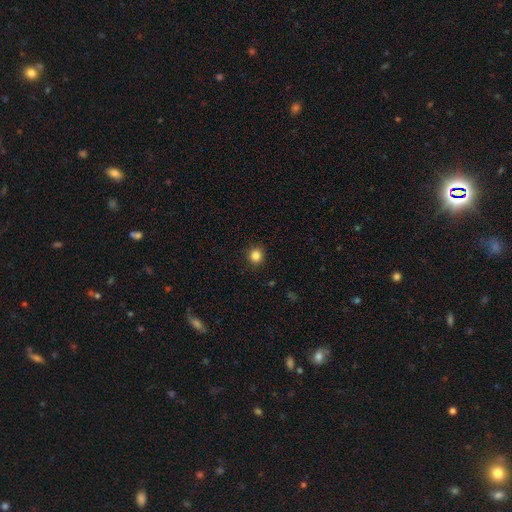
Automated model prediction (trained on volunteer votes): The model was most divided on "smooth or featured": smooth: 84%, star or artifact: 12%, featured or disk: 4%. More confident: how rounded — round (92%); merging — none (89%).